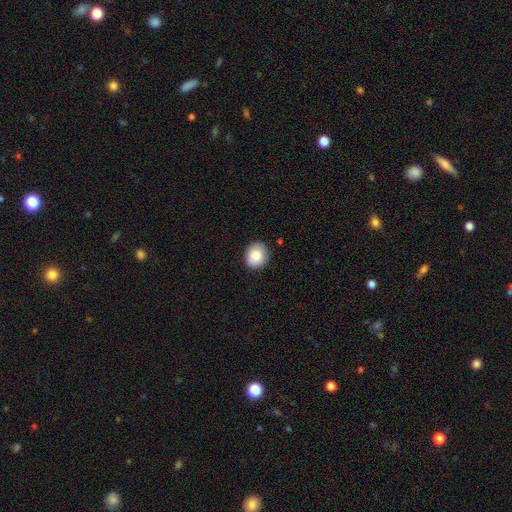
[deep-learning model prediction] smooth_or_featured: smooth (p=0.84) [alt: featured or disk p=0.08]
how_rounded: round (p=0.78) [alt: in between p=0.21]
merging: none (p=0.86) [alt: minor disturbance p=0.10]